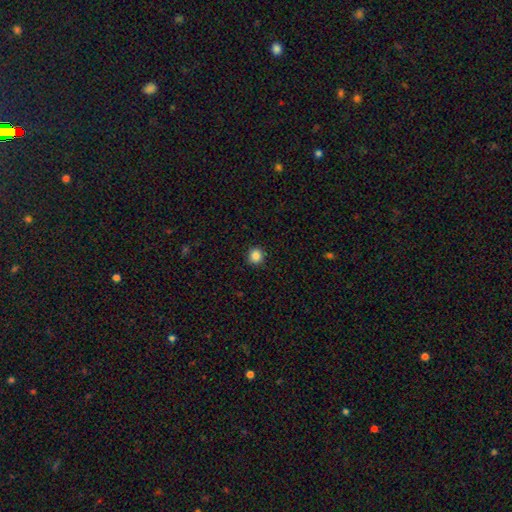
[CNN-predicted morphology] smooth 86%, star or artifact 11%, featured or disk 3%. Down the decision tree: how rounded — round (91%); merging — none (92%).